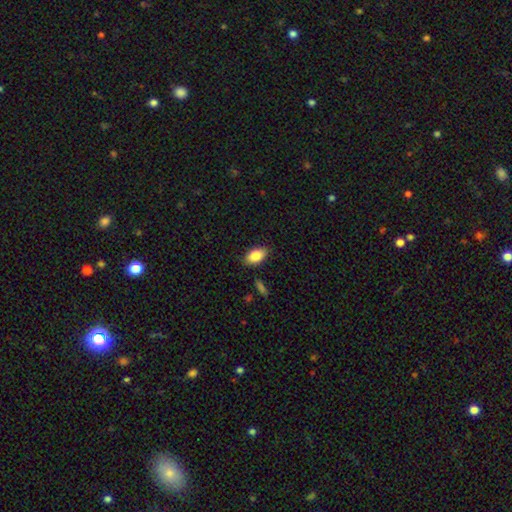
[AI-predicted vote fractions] Smooth or featured? smooth (86%)
How rounded? in between (91%)
Merging? none (83%)